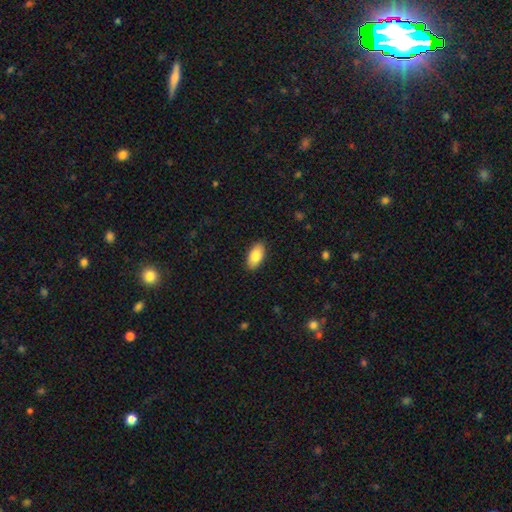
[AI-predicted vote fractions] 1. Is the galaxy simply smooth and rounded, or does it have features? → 83% smooth, 11% featured or disk, 6% star or artifact.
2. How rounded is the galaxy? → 94% in between, 3% cigar-shaped, 3% round.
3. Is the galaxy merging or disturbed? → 89% none, 8% minor disturbance, 2% major disturbance, 1% merger.